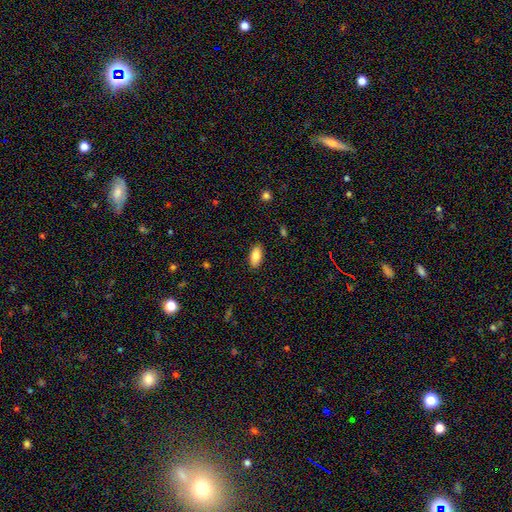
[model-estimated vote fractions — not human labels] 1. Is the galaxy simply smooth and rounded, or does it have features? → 83% smooth, 10% featured or disk, 7% star or artifact.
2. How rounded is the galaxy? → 89% in between, 8% cigar-shaped, 3% round.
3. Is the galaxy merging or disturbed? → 89% none, 8% minor disturbance, 2% major disturbance, 1% merger.